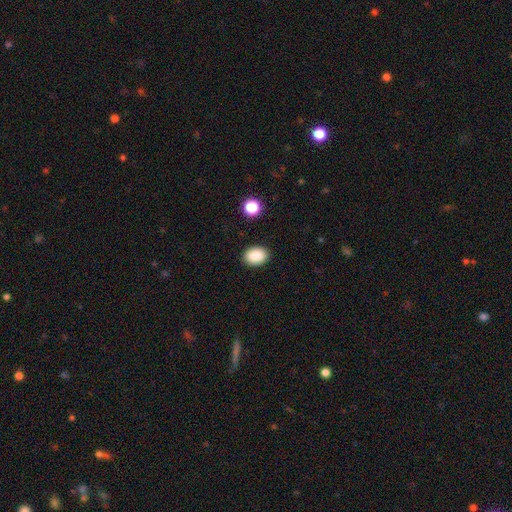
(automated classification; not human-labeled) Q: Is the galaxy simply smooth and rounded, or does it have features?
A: smooth — 88%.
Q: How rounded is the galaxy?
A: in between — 77%.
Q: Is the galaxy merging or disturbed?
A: none — 89%.